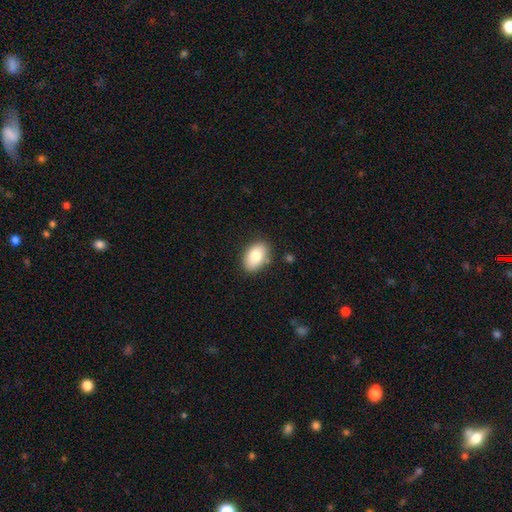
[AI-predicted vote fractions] smooth 81%, featured or disk 12%, star or artifact 7%. Down the decision tree: how rounded — in between (89%); merging — none (83%).